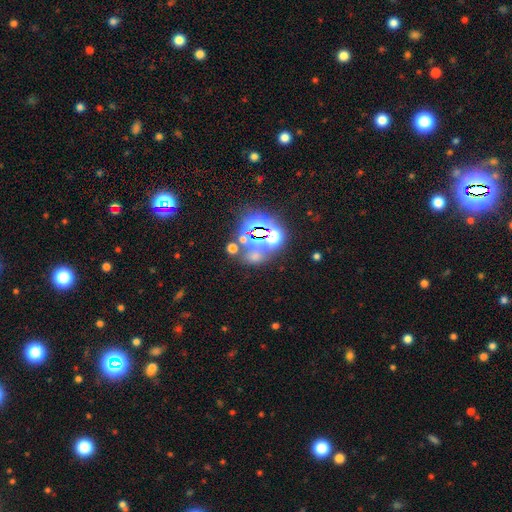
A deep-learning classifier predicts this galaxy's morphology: type=star or artifact (59%).